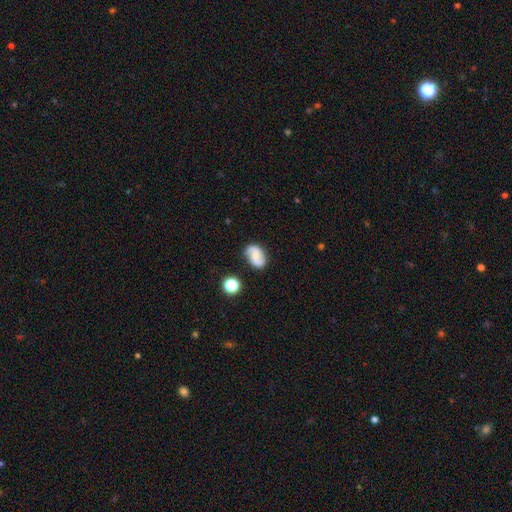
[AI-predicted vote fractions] Overall: featured or disk (62%; smooth 29%). Edge-on disk: no (98%). Bar: no (57%; weak 35%). Spiral arms: yes (94%). Spiral arm count: 2 (89%). Spiral winding: loose (43%; medium 40%). Bulge size: small (44%; moderate 29%). Merging: none (75%).